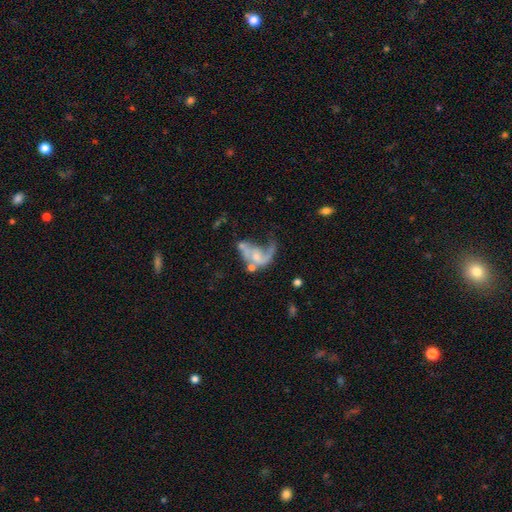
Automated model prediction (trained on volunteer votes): Smooth or featured: featured or disk — 69% (smooth — 21%)
Edge-on disk: no — 97% (yes — 3%)
Bar: no — 68% (weak — 25%)
Spiral arms: yes — 66% (no — 34%)
Bulge size: small — 42% (none — 27%)
Merging: major disturbance — 43% (merger — 23%)